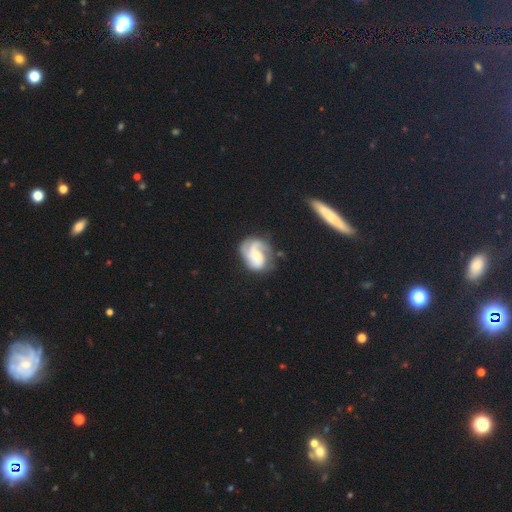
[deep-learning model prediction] featured or disk 77%, smooth 17%, star or artifact 6%. Down the decision tree: edge-on disk — no (98%); bar — no (62%); spiral arms — yes (95%); spiral arm count — 2 (40%); spiral winding — medium (45%); bulge size — moderate (50%); merging — none (58%).